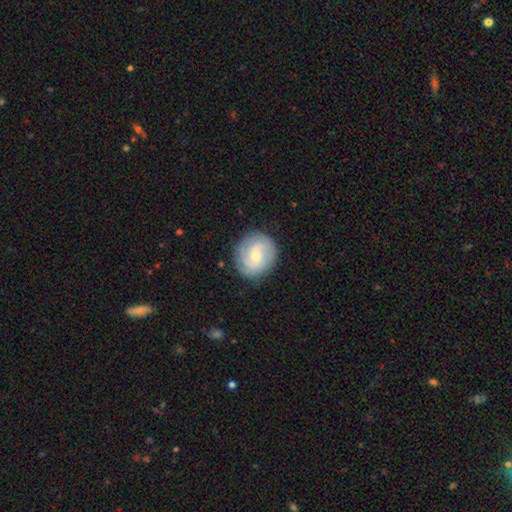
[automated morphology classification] A featured or disk galaxy (66%) with no bar (59%), 2 (43%) tight (47%) spiral arms (92%) and a small central bulge (59%). Merging: none (84%).